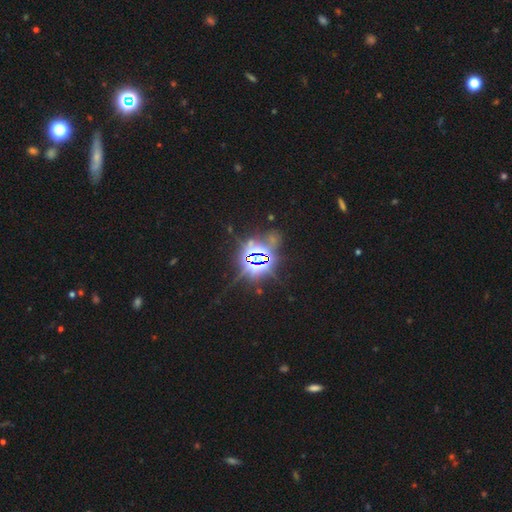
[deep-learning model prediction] Smooth or featured? Predicted: star or artifact (p=0.83).